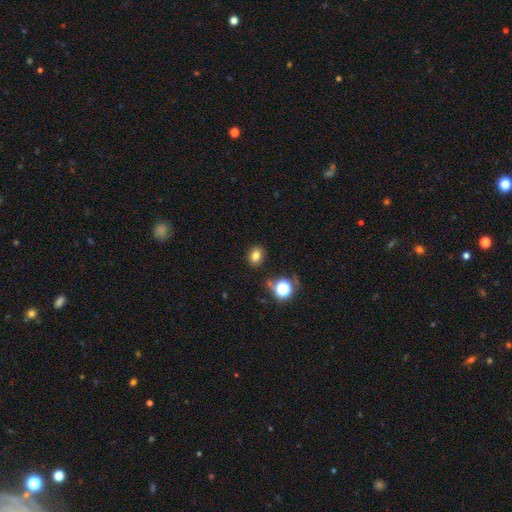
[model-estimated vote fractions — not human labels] A smooth galaxy with no disk features (78%) that is in between round and cigar-shaped (58%). Merging: none (86%).